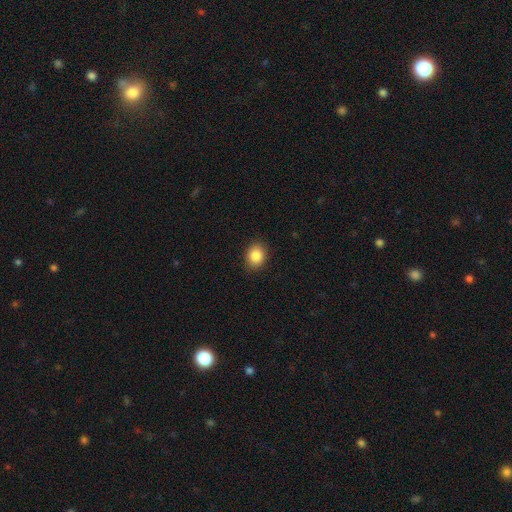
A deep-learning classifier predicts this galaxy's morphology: Smooth or featured?
  - smooth: 88% *
  - star or artifact: 8%
  - featured or disk: 4%
How rounded?
  - in between: 55% *
  - round: 44%
  - cigar-shaped: 1%
Merging?
  - none: 88% *
  - minor disturbance: 9%
  - major disturbance: 2%
  - merger: 1%